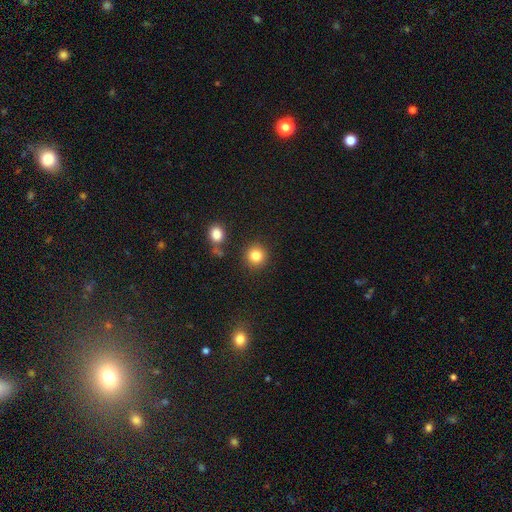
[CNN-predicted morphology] This is clearly a smooth galaxy (83%). How rounded: clearly round (92%). Merging: clearly none (85%).